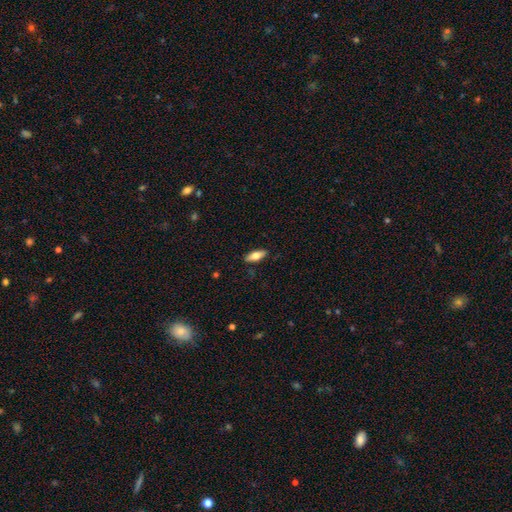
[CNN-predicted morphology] Smooth or featured? Predicted: smooth (p=0.69). How rounded? Predicted: in between (p=0.72). Merging? Predicted: none (p=0.88).